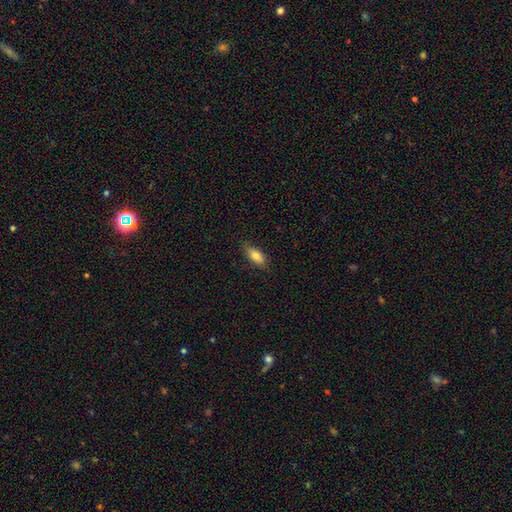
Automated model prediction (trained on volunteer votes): Smooth or featured? Predicted: smooth (p=0.82). How rounded? Predicted: in between (p=0.84). Merging? Predicted: none (p=0.81).